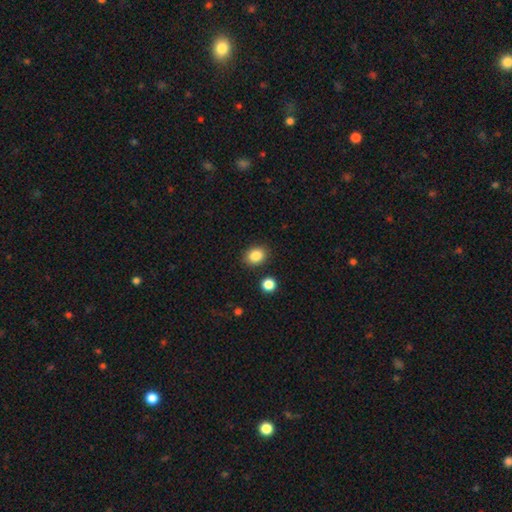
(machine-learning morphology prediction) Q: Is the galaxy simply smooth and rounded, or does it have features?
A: smooth — 86%.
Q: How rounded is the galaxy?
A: round — 52%.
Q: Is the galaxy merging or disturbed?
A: none — 87%.